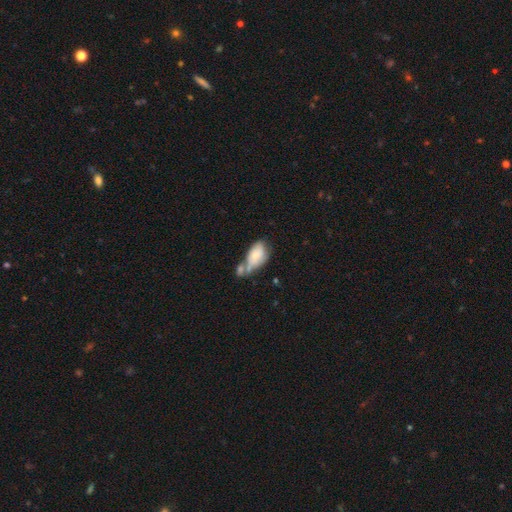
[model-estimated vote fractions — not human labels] This appears to be a smooth galaxy with no disk features (71%) that is in between round and cigar-shaped (91%). Merging: merger (46%).